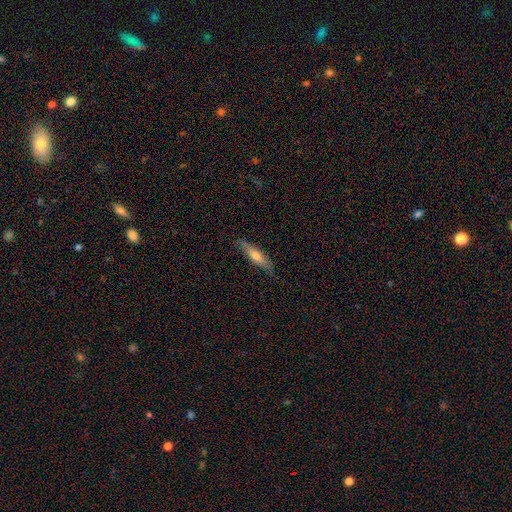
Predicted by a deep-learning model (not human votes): This is possibly a smooth galaxy (51%). How rounded: clearly cigar-shaped (82%). Merging: clearly none (82%).